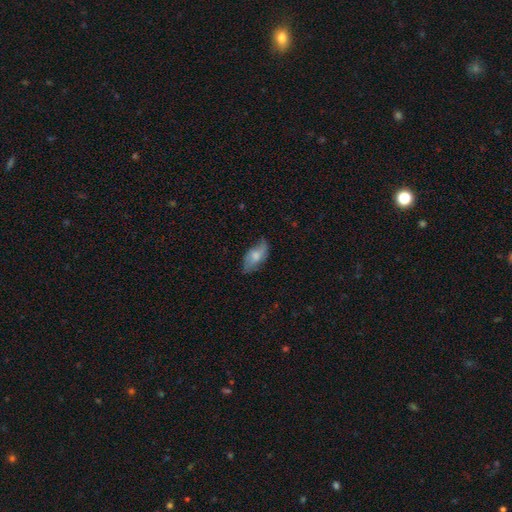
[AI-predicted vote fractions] A smooth galaxy with no disk features (62%) that is in between round and cigar-shaped (90%). Merging: none (58%).